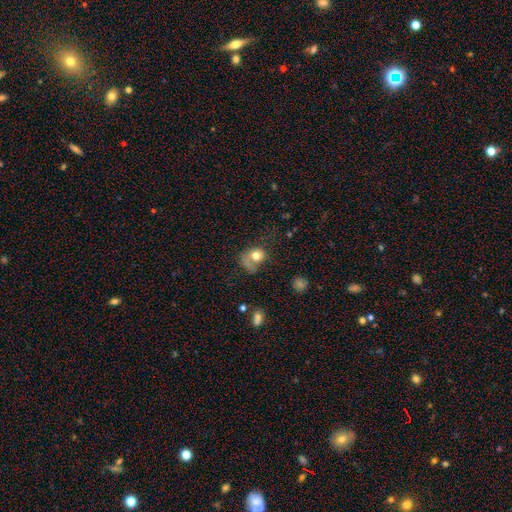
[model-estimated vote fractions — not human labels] Morphology: type=smooth (68%); roundness=round (58%); merging=major disturbance (40%).